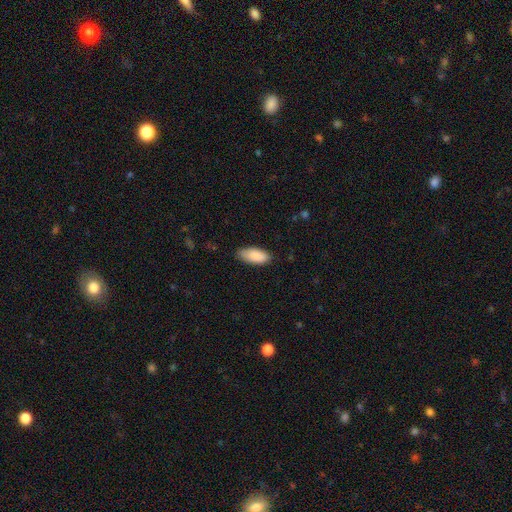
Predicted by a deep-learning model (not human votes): The model was most divided on "merging": none: 78%, minor disturbance: 18%, major disturbance: 3%, merger: 1%. More confident: how rounded — in between (89%); smooth or featured — smooth (88%).